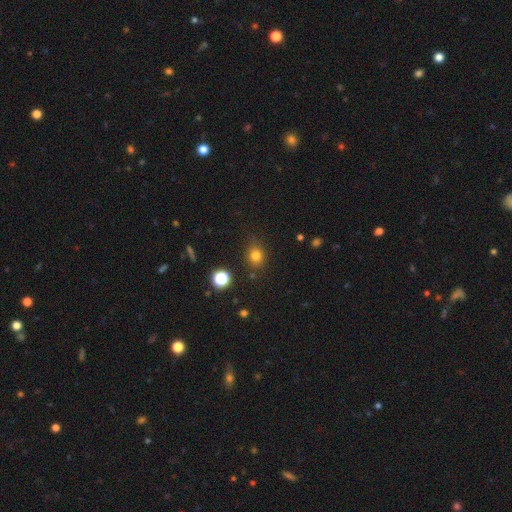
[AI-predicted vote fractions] smooth 78%, star or artifact 16%, featured or disk 7%. Down the decision tree: how rounded — round (67%); merging — none (80%).